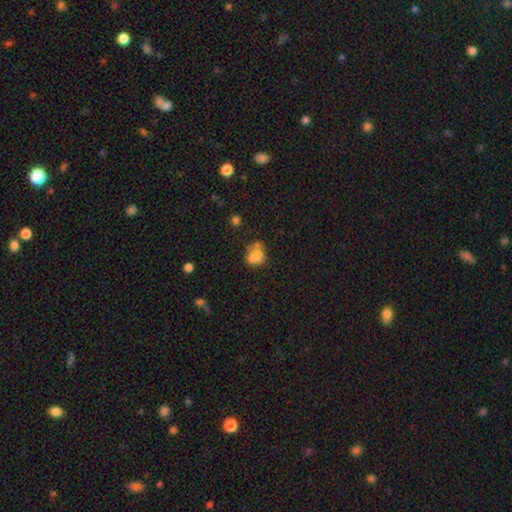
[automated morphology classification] type=smooth (74%); roundness=in between (67%); merging=none (39%).